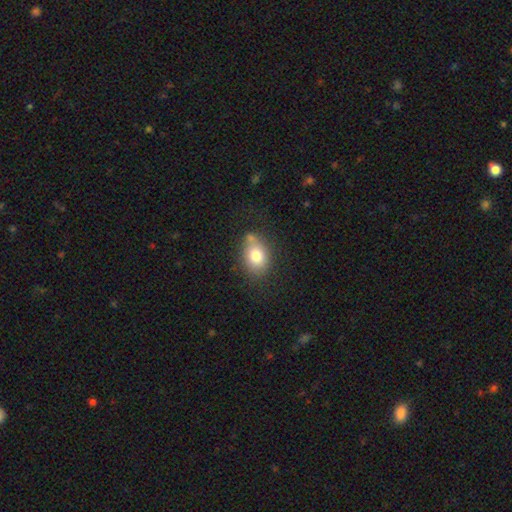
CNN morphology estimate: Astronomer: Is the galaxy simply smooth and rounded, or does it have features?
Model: smooth — 78%.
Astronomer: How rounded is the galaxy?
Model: in between — 70%.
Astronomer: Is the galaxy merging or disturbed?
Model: none — 62%.